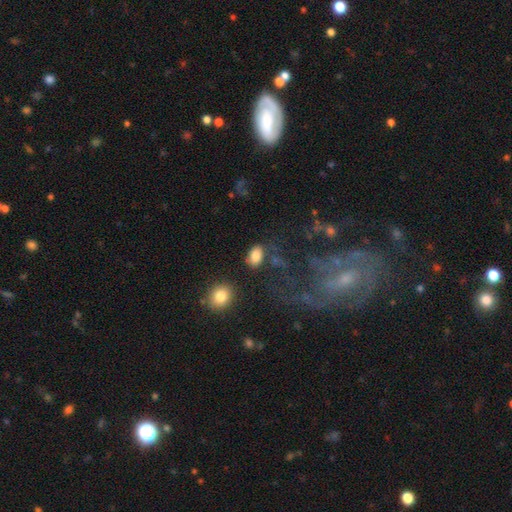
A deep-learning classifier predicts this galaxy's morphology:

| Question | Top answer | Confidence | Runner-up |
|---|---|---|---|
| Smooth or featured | smooth | 84% | star or artifact (9%) |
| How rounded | in between | 86% | round (13%) |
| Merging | none | 72% | minor disturbance (16%) |